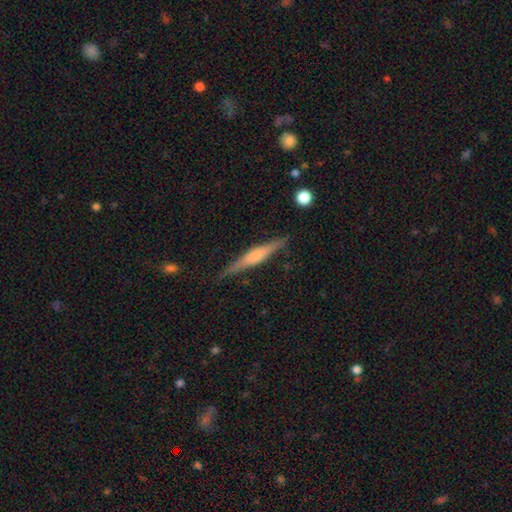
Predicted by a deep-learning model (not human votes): This is likely a featured or disk galaxy (61%). It is clearly viewed edge-on (97%). Edge-on bulge: likely rounded (65%). Merging: clearly none (85%).